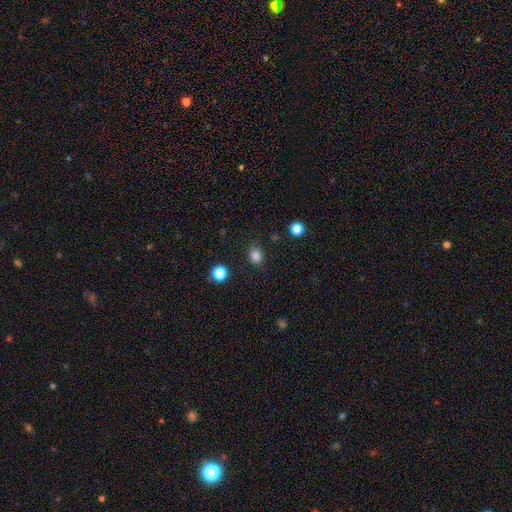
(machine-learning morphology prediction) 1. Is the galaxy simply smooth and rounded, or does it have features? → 83% smooth, 13% star or artifact, 4% featured or disk.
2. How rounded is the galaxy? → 52% round, 47% in between, 1% cigar-shaped.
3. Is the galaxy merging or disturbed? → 83% none, 12% minor disturbance, 3% major disturbance, 2% merger.